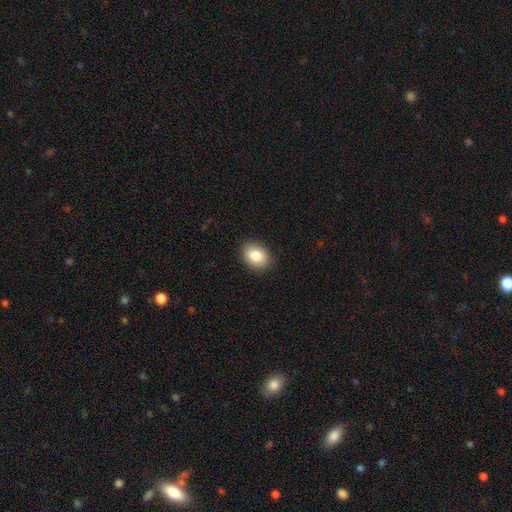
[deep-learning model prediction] Smooth or featured? smooth (84%)
How rounded? in between (64%)
Merging? none (89%)